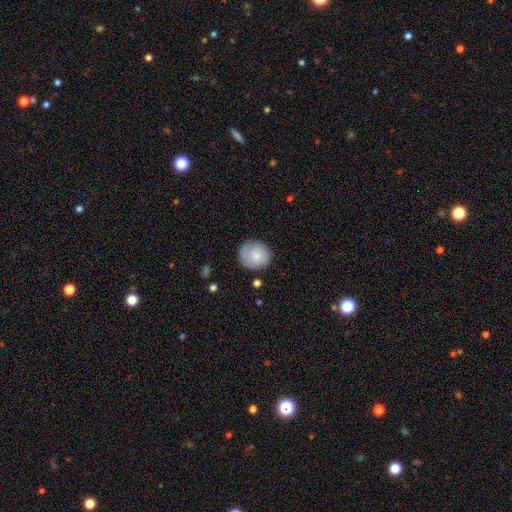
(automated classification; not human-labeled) Morphology: type=smooth (77%); roundness=round (87%); merging=none (76%).